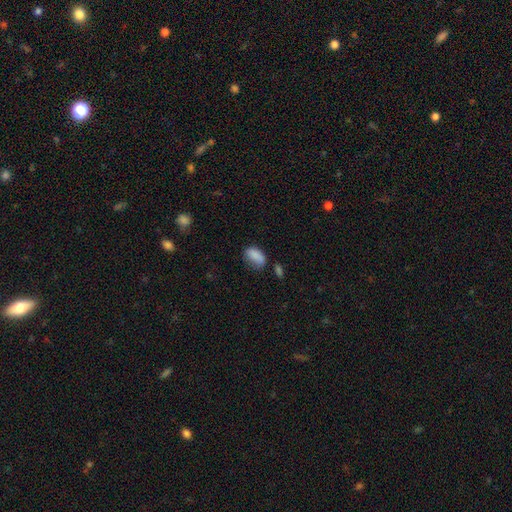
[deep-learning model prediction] smooth-or-featured: smooth: 85% | star or artifact: 9% | featured or disk: 6%
  how-rounded: in between: 90% | round: 7% | cigar-shaped: 3%
  merging: none: 54% | minor disturbance: 30% | major disturbance: 10% | merger: 6%